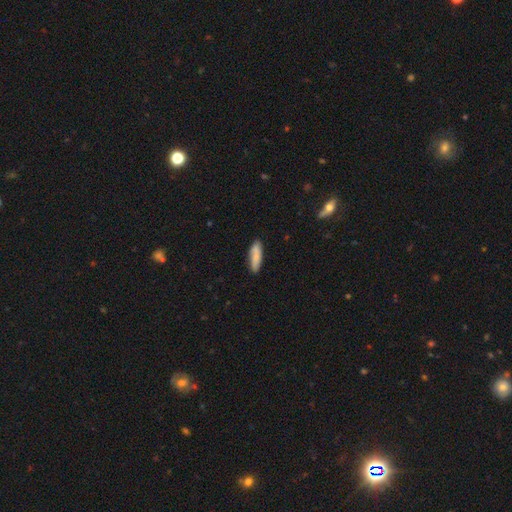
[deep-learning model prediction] smooth-or-featured: smooth: 83% | featured or disk: 11% | star or artifact: 6%
  how-rounded: cigar-shaped: 61% | in between: 37% | round: 2%
  merging: none: 86% | minor disturbance: 11% | major disturbance: 2% | merger: 1%